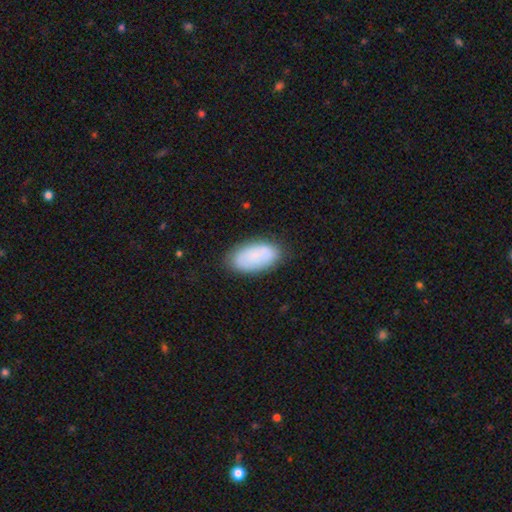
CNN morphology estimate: smooth_or_featured: smooth (p=0.79) [alt: featured or disk p=0.14]
how_rounded: in between (p=0.94) [alt: round p=0.03]
merging: none (p=0.81) [alt: minor disturbance p=0.14]